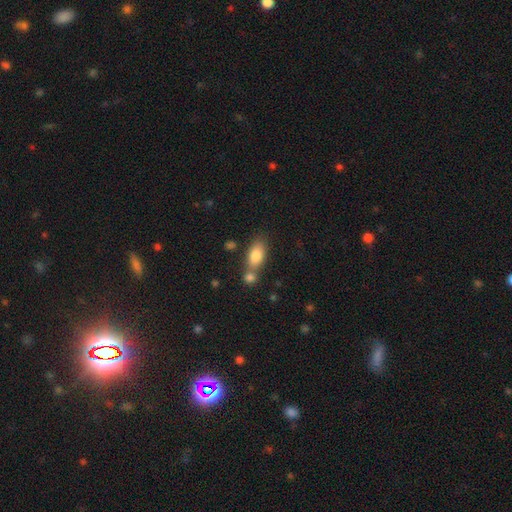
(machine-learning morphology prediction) A smooth galaxy with no disk features (82%) that is in between round and cigar-shaped (85%). Merging: none (50%).